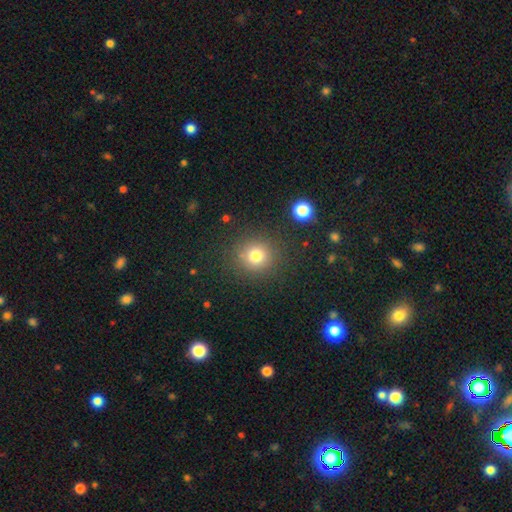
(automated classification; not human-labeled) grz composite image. It shows a smooth galaxy with no disk features (77%) that is round (91%). Merging: none (86%).